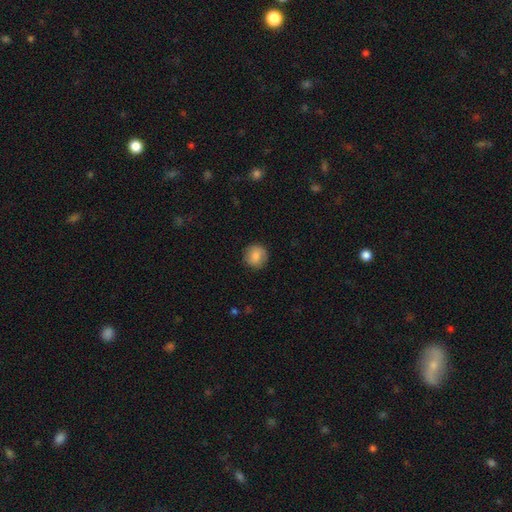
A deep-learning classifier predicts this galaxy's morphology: Smooth or featured?
  - smooth: 83% *
  - featured or disk: 9%
  - star or artifact: 8%
How rounded?
  - round: 93% *
  - in between: 6%
  - cigar-shaped: 1%
Merging?
  - none: 88% *
  - minor disturbance: 9%
  - major disturbance: 2%
  - merger: 1%